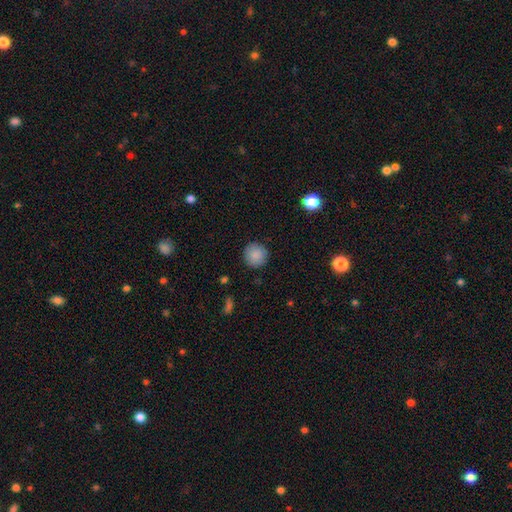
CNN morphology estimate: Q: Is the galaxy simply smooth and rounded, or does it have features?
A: smooth — 87%.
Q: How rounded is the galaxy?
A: round — 94%.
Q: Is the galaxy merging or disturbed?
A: none — 90%.